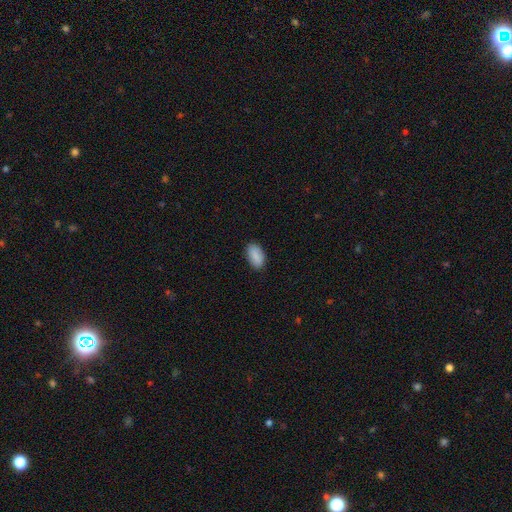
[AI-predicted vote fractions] This appears to be a smooth galaxy with no disk features (90%) that is in between round and cigar-shaped (94%). Merging: none (85%).